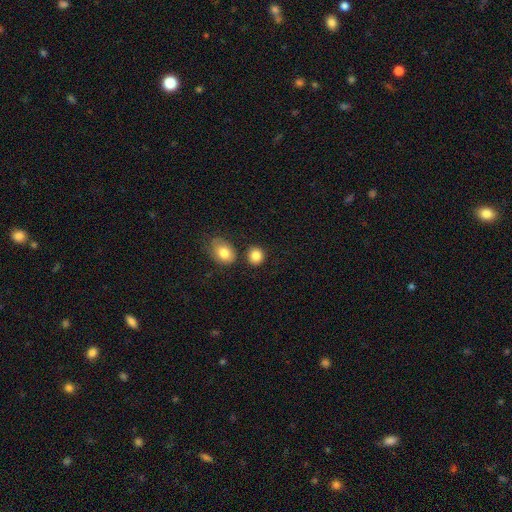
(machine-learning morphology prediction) type=smooth (85%); roundness=round (77%); merging=none (77%).